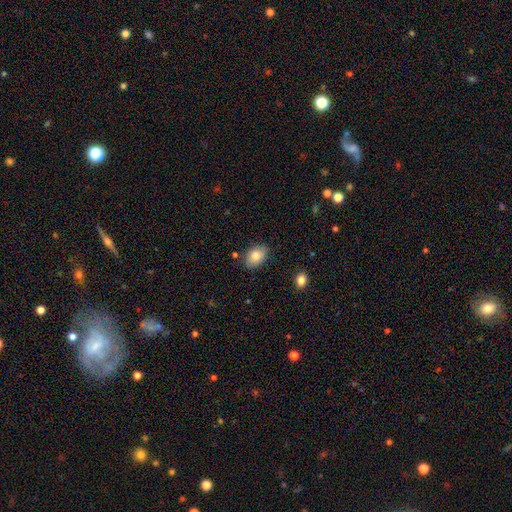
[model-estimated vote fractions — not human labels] This appears to be a smooth galaxy with no disk features (84%) that is in between round and cigar-shaped (85%). Merging: none (82%).